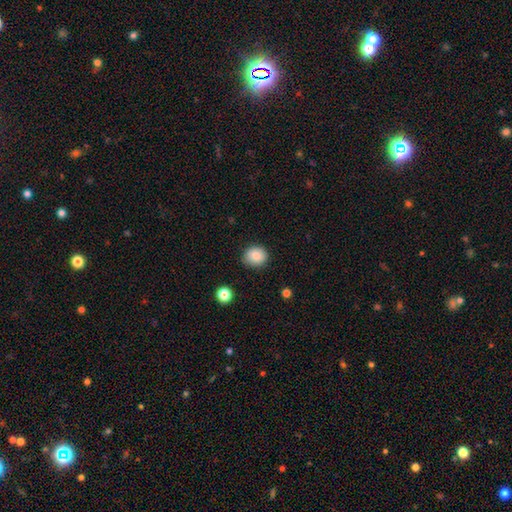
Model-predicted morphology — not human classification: This is clearly a smooth galaxy (85%). How rounded: likely round (78%). Merging: clearly none (85%).